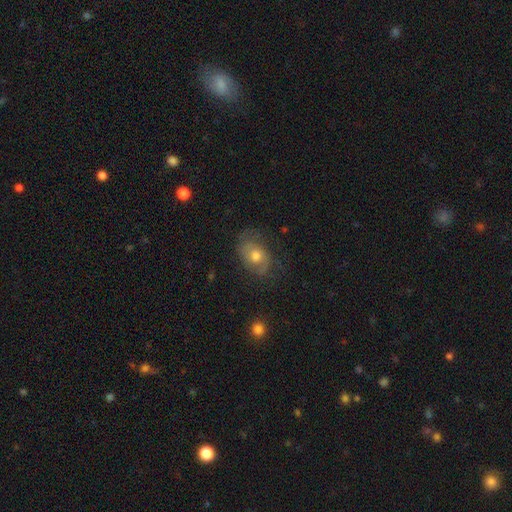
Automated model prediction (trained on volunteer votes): This appears to be a featured or disk galaxy (50%). Merging: none (61%).